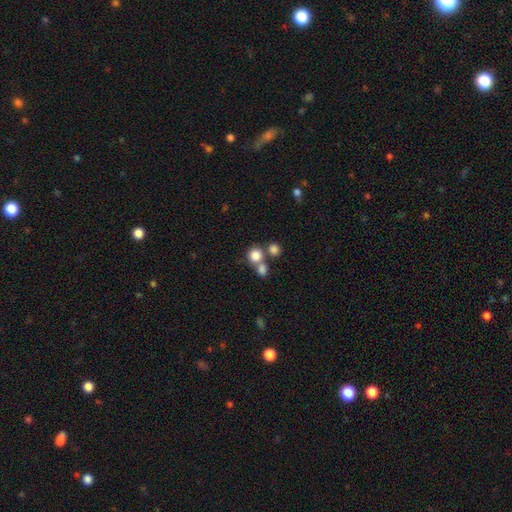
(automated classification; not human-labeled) Smooth or featured?
  - smooth: 81% *
  - star or artifact: 11%
  - featured or disk: 8%
How rounded?
  - round: 87% *
  - in between: 12%
  - cigar-shaped: 1%
Merging?
  - none: 50% *
  - merger: 39%
  - minor disturbance: 7%
  - major disturbance: 4%